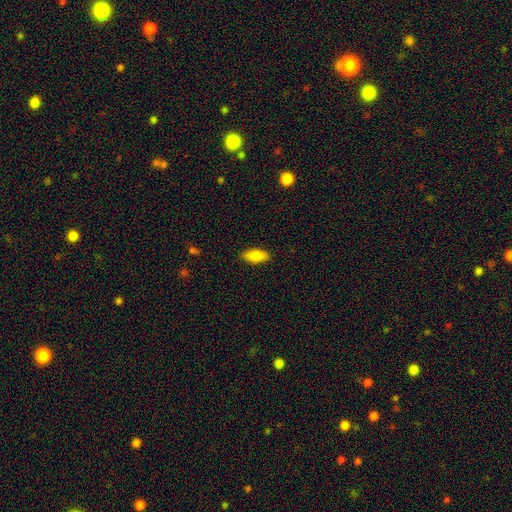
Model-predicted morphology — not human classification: Smooth or featured? Predicted: smooth (p=0.83). How rounded? Predicted: in between (p=0.83). Merging? Predicted: none (p=0.88).